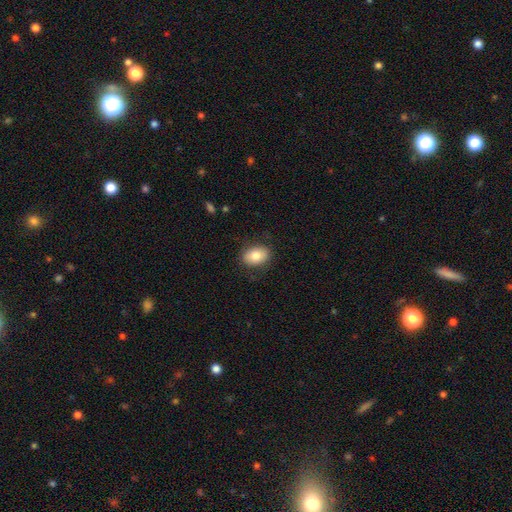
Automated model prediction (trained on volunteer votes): A smooth galaxy with no disk features (81%) that is in between round and cigar-shaped (81%). Merging: none (84%).